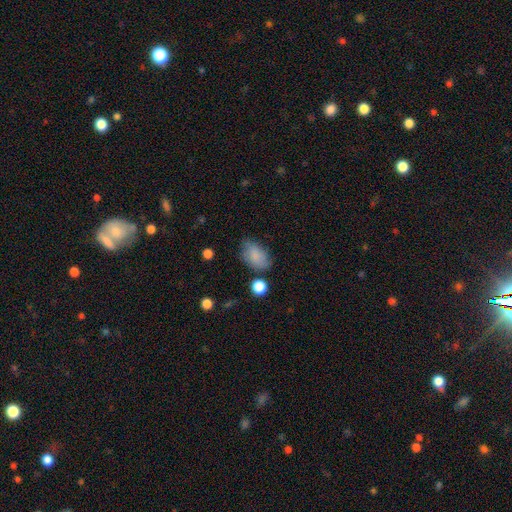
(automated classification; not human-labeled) Smooth or featured? smooth (83%)
How rounded? in between (90%)
Merging? none (67%)